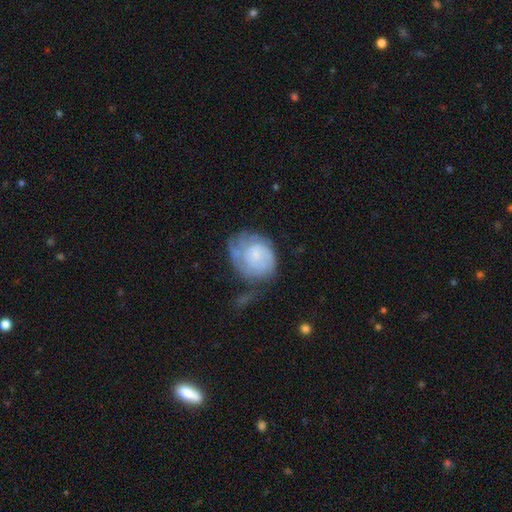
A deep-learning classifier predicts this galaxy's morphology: smooth-or-featured: featured or disk: 59% | smooth: 33% | star or artifact: 7%
  disk-edge-on: no: 98% | yes: 2%
    bar: no: 74% | weak: 23% | strong: 3%
    has-spiral-arms: yes: 81% | no: 19%
    bulge-size: small: 51% | moderate: 21% | none: 19% | large: 6% | dominant: 2%
  merging: none: 38% | minor disturbance: 29% | major disturbance: 26% | merger: 7%